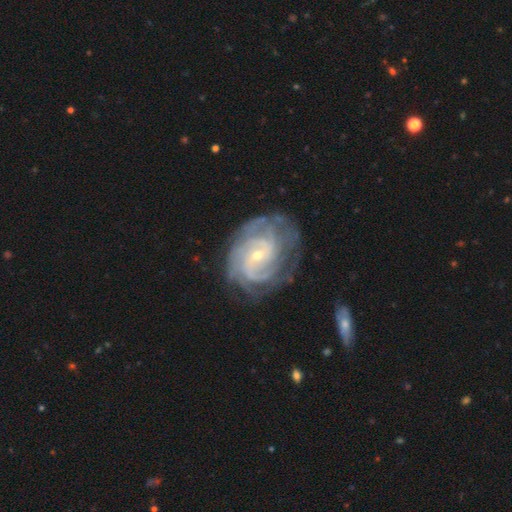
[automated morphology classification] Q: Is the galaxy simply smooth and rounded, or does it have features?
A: featured or disk — 88%.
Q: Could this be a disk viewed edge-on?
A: no — 97%.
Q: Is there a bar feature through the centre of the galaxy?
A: no — 54%.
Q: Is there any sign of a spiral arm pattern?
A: yes — 96%.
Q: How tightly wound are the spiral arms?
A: tight — 65%.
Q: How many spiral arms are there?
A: can't tell — 30%.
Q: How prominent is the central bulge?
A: small — 73%.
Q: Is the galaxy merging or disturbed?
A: none — 67%.